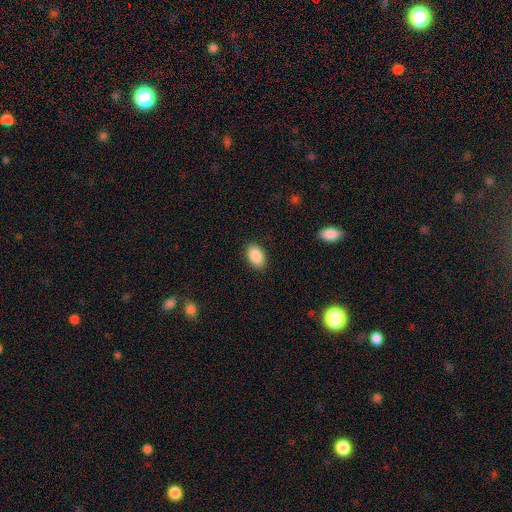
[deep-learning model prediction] Smooth or featured? smooth (90%)
How rounded? in between (92%)
Merging? none (89%)